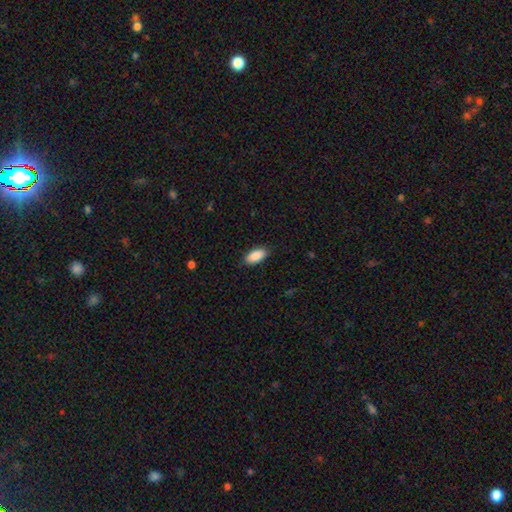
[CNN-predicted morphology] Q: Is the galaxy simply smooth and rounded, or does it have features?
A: smooth — 91%.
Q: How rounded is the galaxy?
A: in between — 91%.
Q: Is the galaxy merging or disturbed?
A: none — 87%.